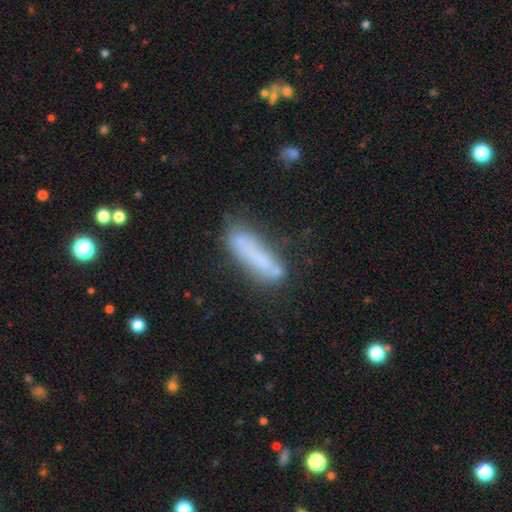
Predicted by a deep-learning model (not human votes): This is likely a smooth galaxy (61%). How rounded: likely cigar-shaped (72%). Merging: possibly none (53%).